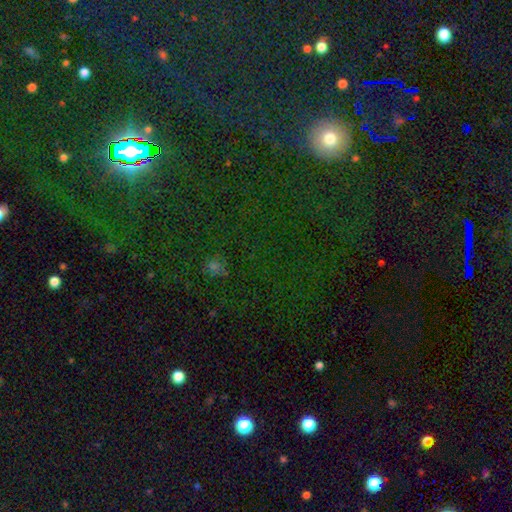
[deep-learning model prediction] A star or artifact, not a galaxy (70%).